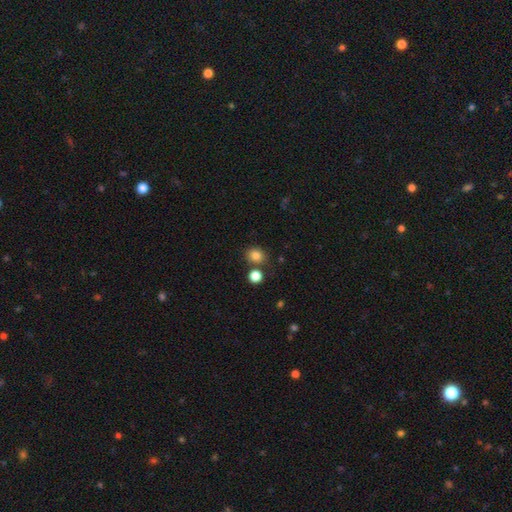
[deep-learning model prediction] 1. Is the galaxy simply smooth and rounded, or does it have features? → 82% smooth, 12% star or artifact, 6% featured or disk.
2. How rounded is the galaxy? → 74% round, 25% in between, 1% cigar-shaped.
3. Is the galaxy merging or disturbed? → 74% none, 13% merger, 10% minor disturbance, 3% major disturbance.